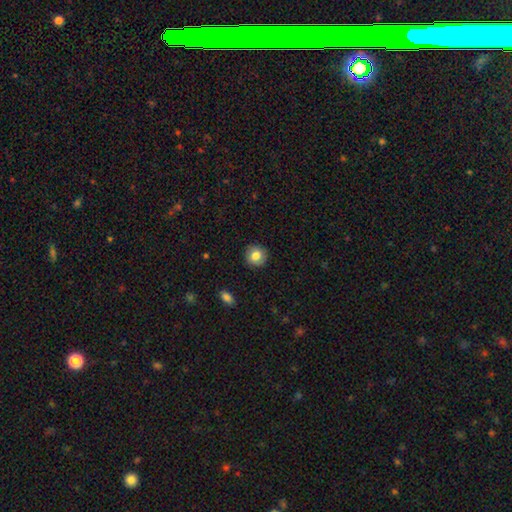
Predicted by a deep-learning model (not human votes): smooth-or-featured: smooth: 81% | featured or disk: 10% | star or artifact: 8%
  how-rounded: round: 91% | in between: 8% | cigar-shaped: 1%
  merging: none: 90% | minor disturbance: 7% | major disturbance: 2% | merger: 1%